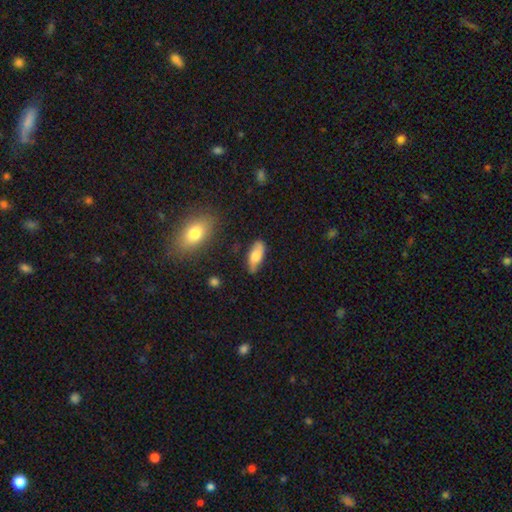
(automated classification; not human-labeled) Smooth or featured? Predicted: smooth (p=0.66). How rounded? Predicted: in between (p=0.74). Merging? Predicted: none (p=0.74).